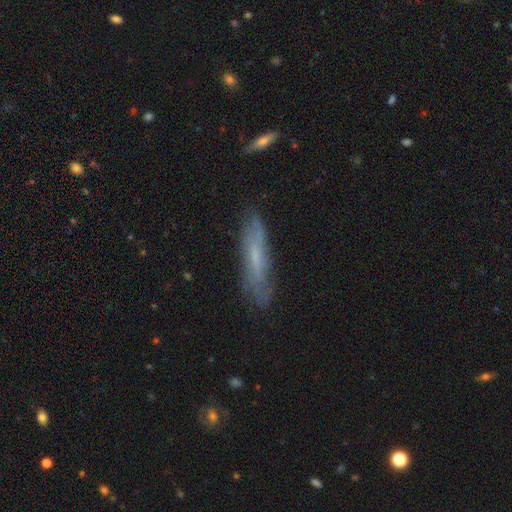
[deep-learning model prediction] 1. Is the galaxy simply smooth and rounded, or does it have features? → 46% smooth (tied), 46% featured or disk (tied), 8% star or artifact.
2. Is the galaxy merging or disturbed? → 74% none, 19% minor disturbance, 5% major disturbance, 2% merger.